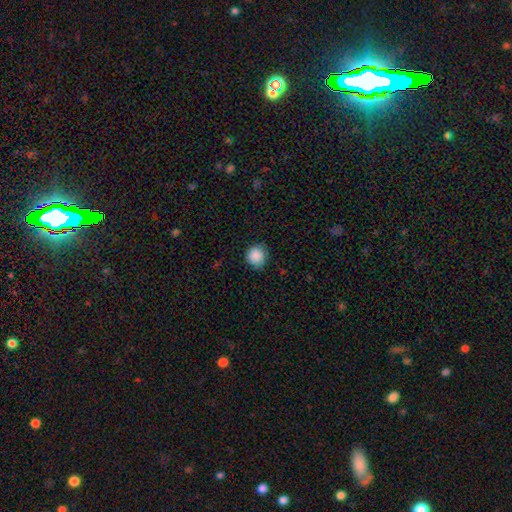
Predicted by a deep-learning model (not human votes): Smooth or featured? smooth (88%)
How rounded? round (89%)
Merging? none (79%)